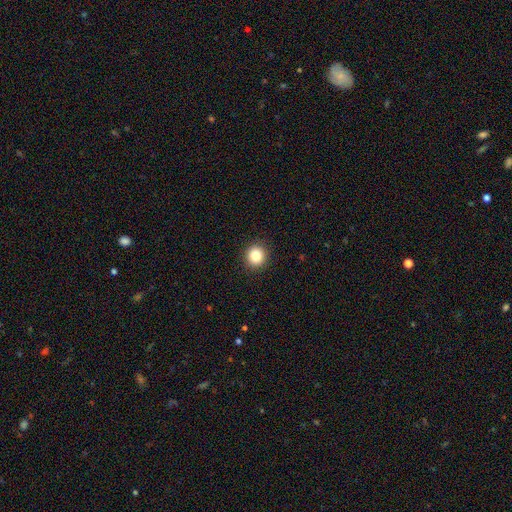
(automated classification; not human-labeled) Smooth or featured: smooth — 85% (star or artifact — 10%)
How rounded: round — 91% (in between — 8%)
Merging: none — 92% (minor disturbance — 6%)